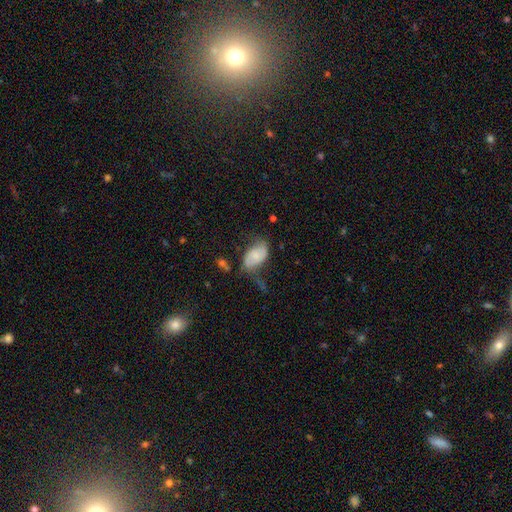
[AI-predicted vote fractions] smooth_or_featured: smooth (p=0.53) [alt: featured or disk p=0.39]
how_rounded: in between (p=0.91) [alt: round p=0.07]
merging: none (p=0.41) [alt: minor disturbance p=0.30]